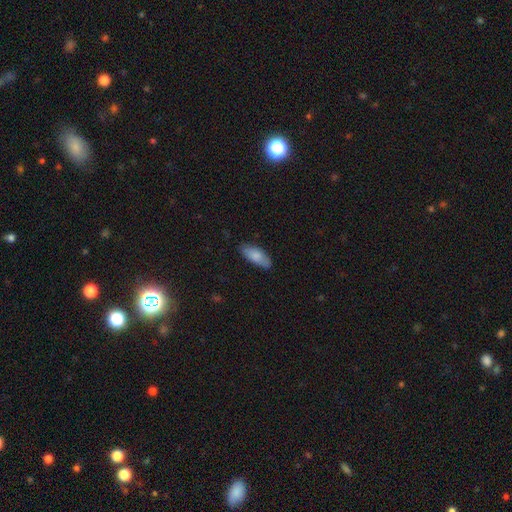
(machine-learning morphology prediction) Smooth or featured? smooth (83%)
How rounded? in between (78%)
Merging? none (82%)